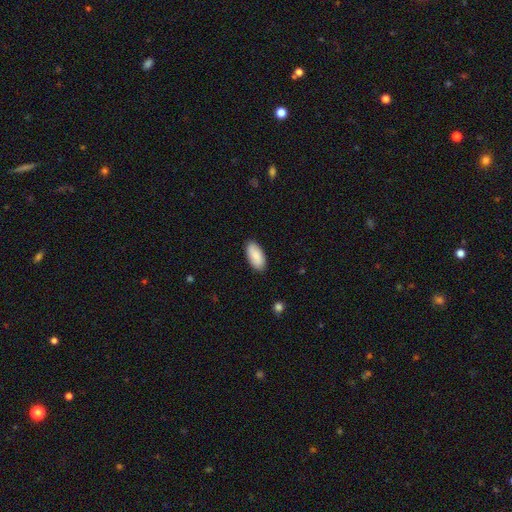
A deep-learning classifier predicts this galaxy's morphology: smooth_or_featured: smooth (p=0.87) [alt: featured or disk p=0.07]
how_rounded: in between (p=0.92) [alt: cigar-shaped p=0.06]
merging: none (p=0.87) [alt: minor disturbance p=0.10]